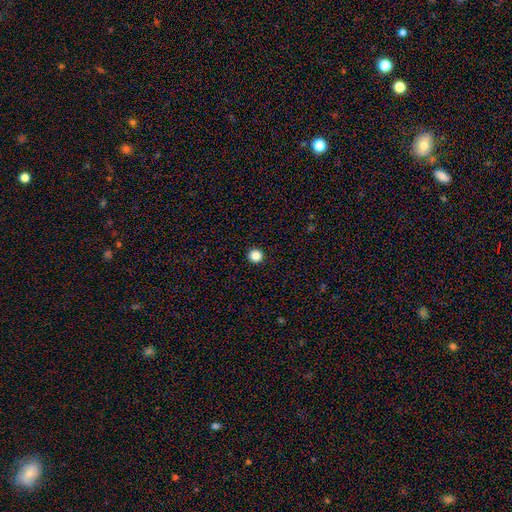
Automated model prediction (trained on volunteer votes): Smooth or featured: smooth — 86% (star or artifact — 11%)
How rounded: round — 95% (in between — 4%)
Merging: none — 94% (minor disturbance — 4%)